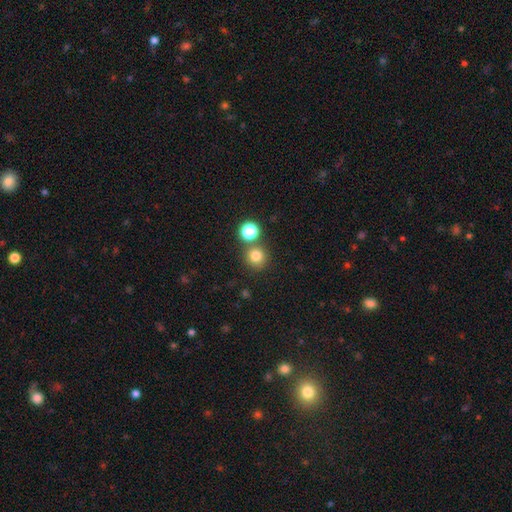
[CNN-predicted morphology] smooth_or_featured: smooth (p=0.79) [alt: star or artifact p=0.15]
how_rounded: round (p=0.93) [alt: in between p=0.06]
merging: none (p=0.74) [alt: merger p=0.17]